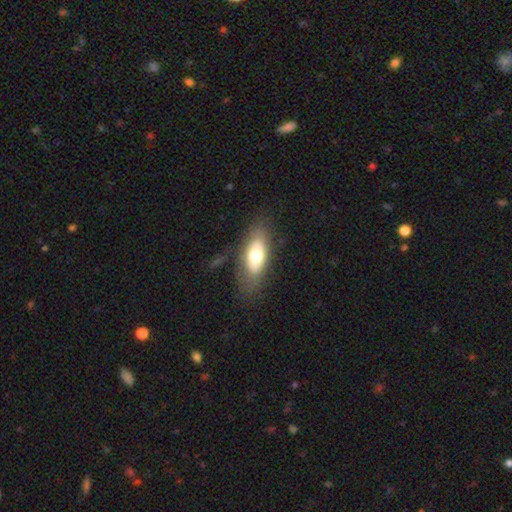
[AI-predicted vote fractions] A smooth galaxy with no disk features (62%) that is in between round and cigar-shaped (85%). Merging: none (73%).